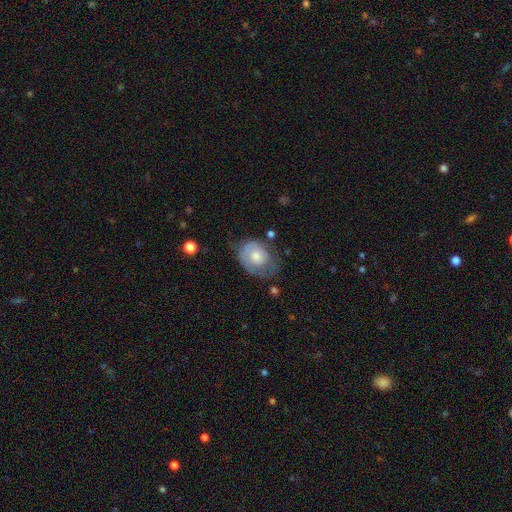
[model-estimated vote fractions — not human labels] The model was most divided on "how rounded": in between: 54%, round: 46%, cigar-shaped: 1%. Remaining: smooth or featured — smooth (51%); merging — none (44%).